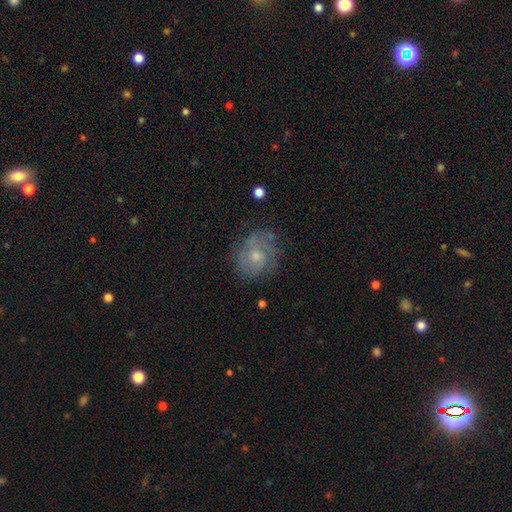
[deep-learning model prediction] A featured or disk galaxy (63%) with no bar (79%), tight (50%) spiral arms (81%) and a small central bulge (50%).

Vote fractions:
- Smooth or featured? featured or disk: 63% / smooth: 29% / star or artifact: 8%
- Edge-on disk? no: 97% / yes: 3%
- Bar? no: 79% / weak: 19% / strong: 2%
- Spiral arms? yes: 81% / no: 19%
- Spiral winding? tight: 50% / medium: 36% / loose: 14%
- Spiral arm count? can't tell: 40% / 2: 26% / 3: 18% / 1: 6% / 4: 6% / more than 4: 4%
- Bulge size? small: 50% / moderate: 43% / none: 3% / large: 2% / dominant: 1%
- Merging? none: 66% / minor disturbance: 21% / major disturbance: 11% / merger: 2%